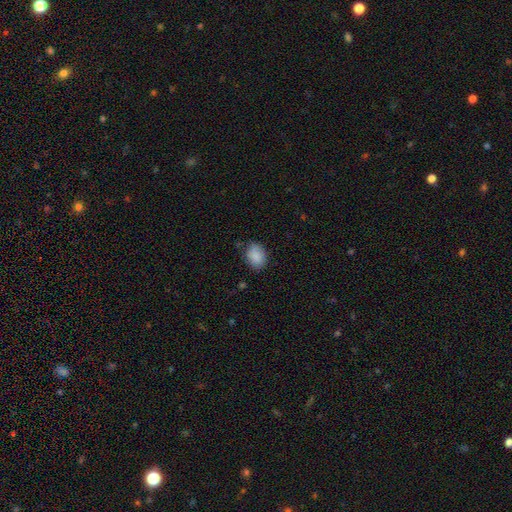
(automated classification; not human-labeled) Smooth or featured?
  - smooth: 88% *
  - star or artifact: 8%
  - featured or disk: 4%
How rounded?
  - in between: 70% *
  - round: 29%
  - cigar-shaped: 1%
Merging?
  - none: 76% *
  - minor disturbance: 19%
  - major disturbance: 4%
  - merger: 2%